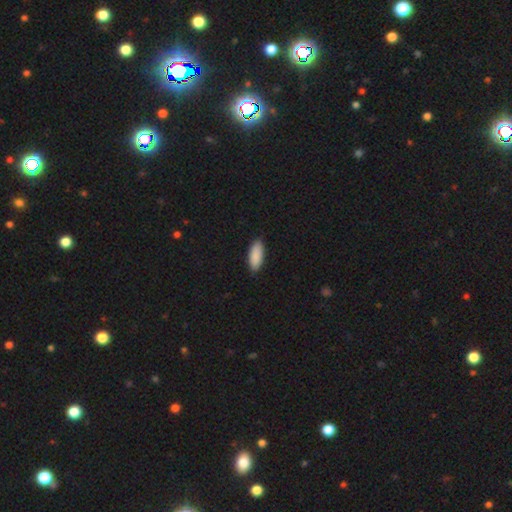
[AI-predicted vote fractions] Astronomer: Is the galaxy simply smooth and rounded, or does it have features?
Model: smooth — 91%.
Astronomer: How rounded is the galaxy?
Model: in between — 81%.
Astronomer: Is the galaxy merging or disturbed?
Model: none — 88%.